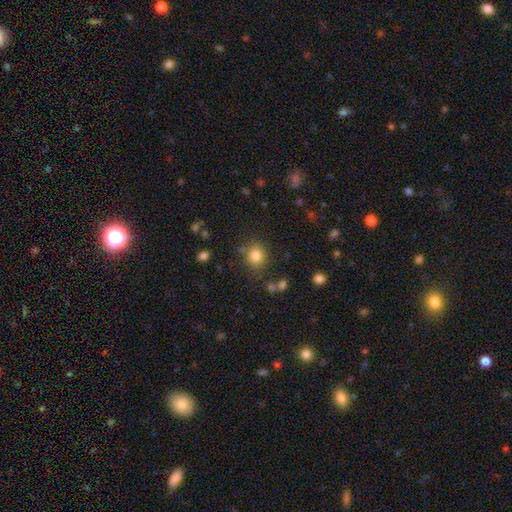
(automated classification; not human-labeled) smooth_or_featured: smooth (p=0.82) [alt: star or artifact p=0.12]
how_rounded: round (p=0.83) [alt: in between p=0.16]
merging: none (p=0.79) [alt: minor disturbance p=0.12]